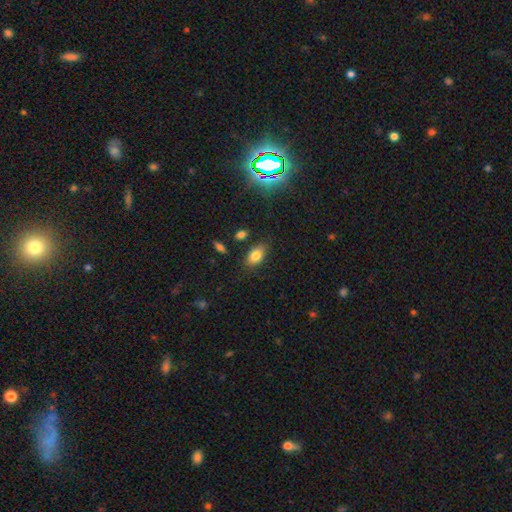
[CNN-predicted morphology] smooth 81%, featured or disk 10%, star or artifact 9%. Down the decision tree: how rounded — in between (89%); merging — none (80%).